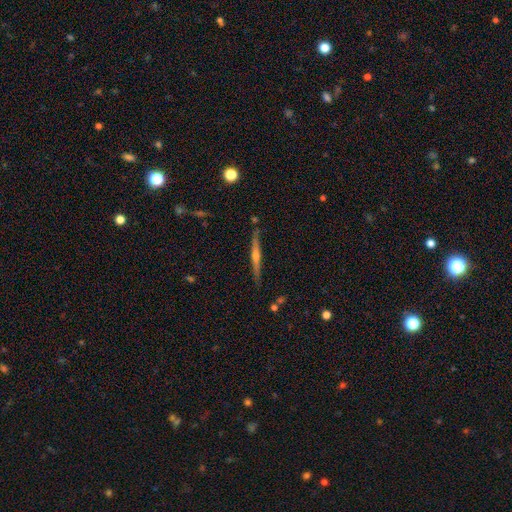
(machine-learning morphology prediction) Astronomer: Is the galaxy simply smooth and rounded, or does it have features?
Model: featured or disk — 76%.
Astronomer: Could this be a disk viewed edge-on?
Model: yes — 98%.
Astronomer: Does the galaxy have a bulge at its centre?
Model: rounded — 83%.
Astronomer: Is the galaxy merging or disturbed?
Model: none — 87%.